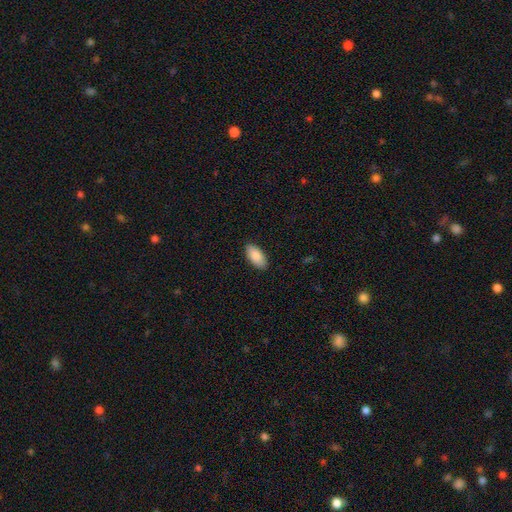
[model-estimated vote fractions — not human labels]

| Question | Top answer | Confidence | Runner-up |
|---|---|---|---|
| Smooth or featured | smooth | 87% | featured or disk (7%) |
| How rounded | in between | 92% | cigar-shaped (6%) |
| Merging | none | 89% | minor disturbance (8%) |